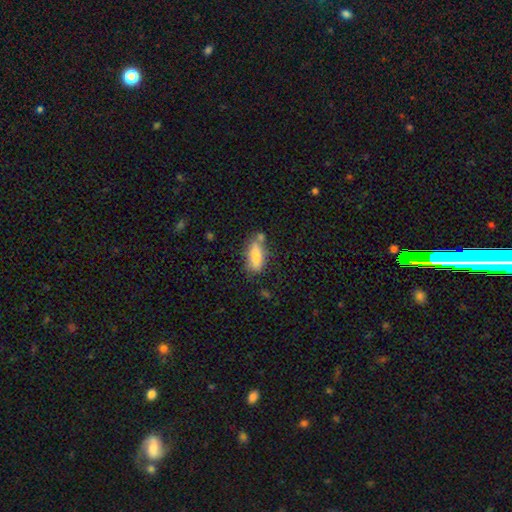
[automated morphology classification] A smooth galaxy with no disk features (78%) that is in between round and cigar-shaped (68%).

Vote fractions:
- Smooth or featured? smooth: 78% / featured or disk: 15% / star or artifact: 7%
- How rounded? in between: 68% / cigar-shaped: 30% / round: 3%
- Merging? none: 60% / minor disturbance: 22% / merger: 12% / major disturbance: 6%